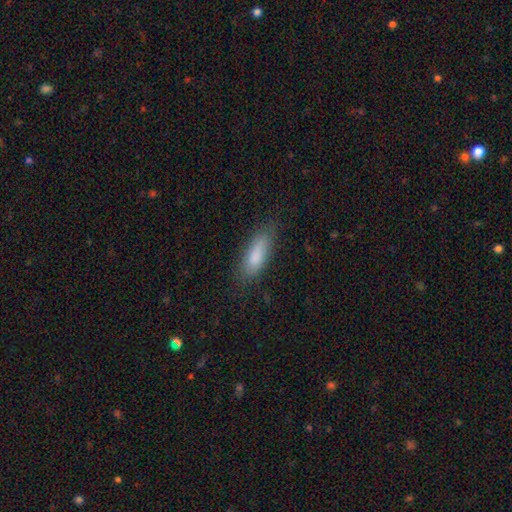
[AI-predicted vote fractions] Morphology: type=smooth (83%); roundness=in between (64%); merging=none (77%).